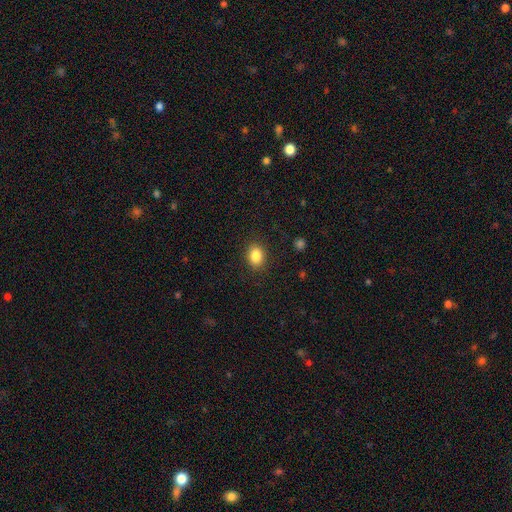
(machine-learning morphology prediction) Smooth or featured? smooth (85%)
How rounded? in between (56%)
Merging? none (88%)